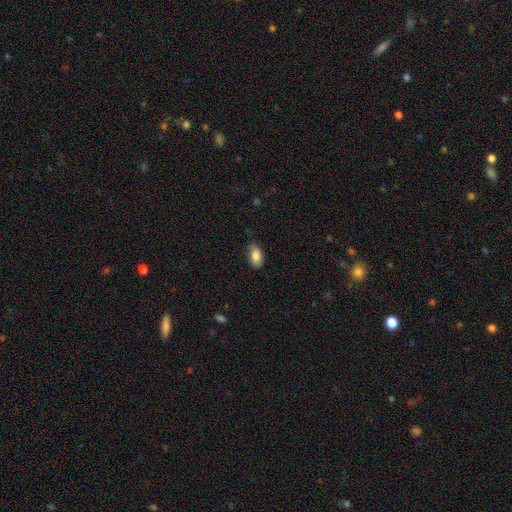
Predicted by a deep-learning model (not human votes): A smooth galaxy with no disk features (83%) that is in between round and cigar-shaped (91%). Merging: none (71%).